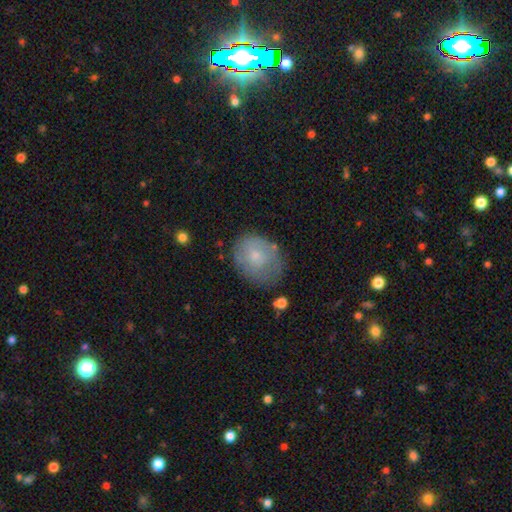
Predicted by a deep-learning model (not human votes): This is likely a smooth galaxy (67%). How rounded: possibly in between (51%). Merging: likely none (61%).